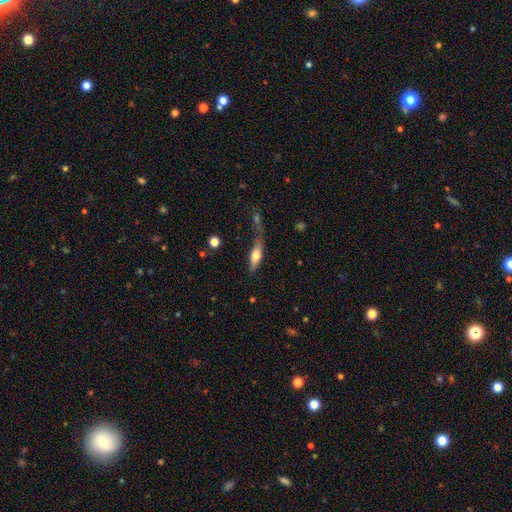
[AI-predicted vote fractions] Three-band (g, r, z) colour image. It shows a smooth galaxy with no disk features (61%) that is in between round and cigar-shaped (51%). Merging: none (39%).